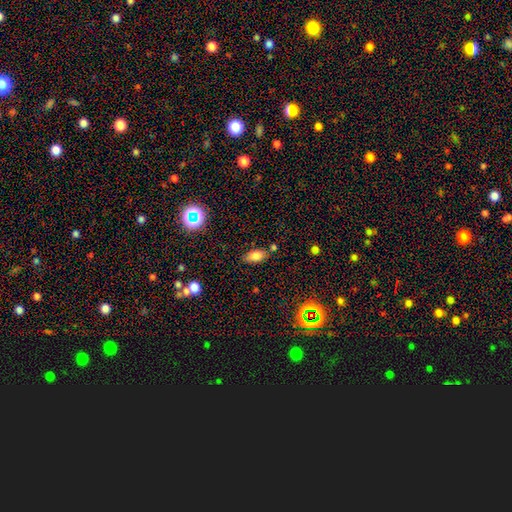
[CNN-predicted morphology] Smooth or featured? smooth (77%)
How rounded? in between (88%)
Merging? none (76%)